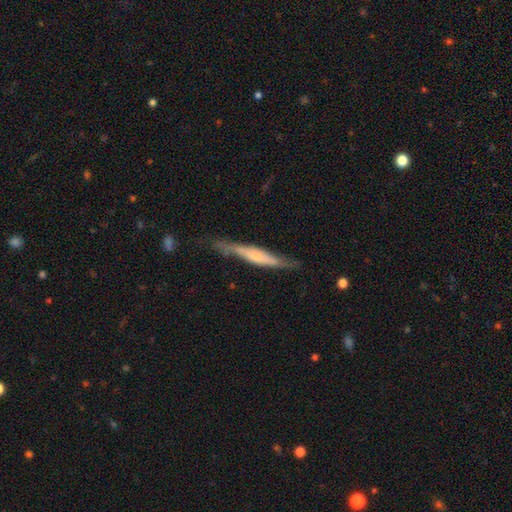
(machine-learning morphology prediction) Overall: featured or disk (58%; smooth 37%). Edge-on disk: yes (87%). Edge-on bulge: rounded (47%; none 35%). Merging: none (70%).